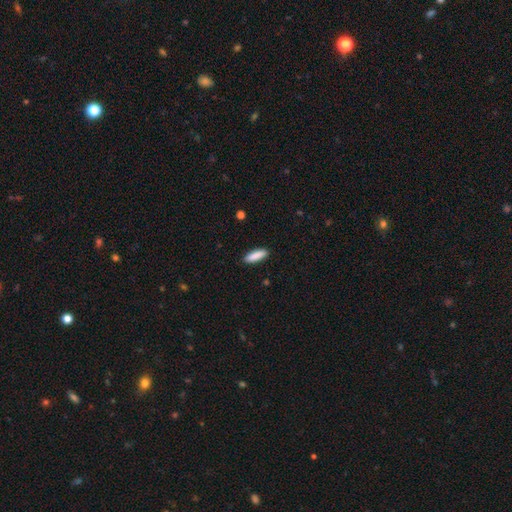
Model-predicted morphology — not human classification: Q: Smooth or featured?
A: smooth (89%); runner-up: star or artifact (6%)
Q: How rounded?
A: cigar-shaped (50%); runner-up: in between (48%)
Q: Merging?
A: none (89%); runner-up: minor disturbance (8%)